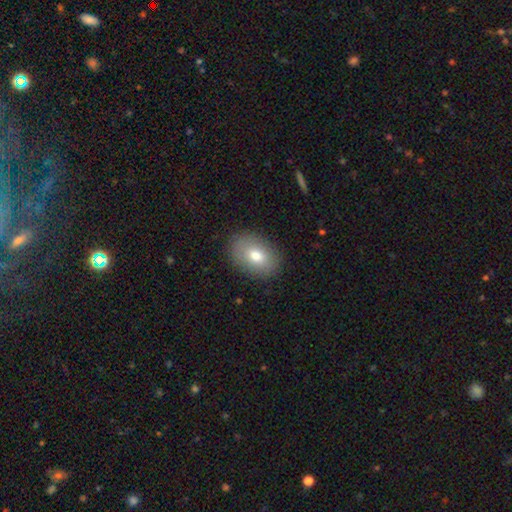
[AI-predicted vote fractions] A smooth galaxy with no disk features (78%) that is in between round and cigar-shaped (81%).

Vote fractions:
- Smooth or featured? smooth: 78% / featured or disk: 14% / star or artifact: 8%
- How rounded? in between: 81% / round: 18% / cigar-shaped: 1%
- Merging? none: 86% / minor disturbance: 10% / major disturbance: 3% / merger: 1%